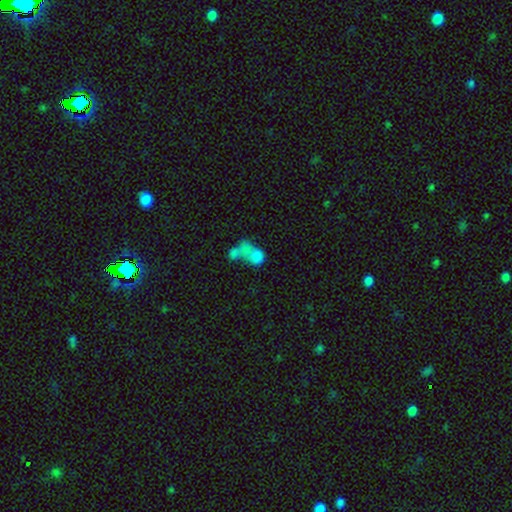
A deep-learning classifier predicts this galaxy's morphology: Overall: smooth (71%). How rounded: in between (60%; round 38%). Merging: merger (69%).